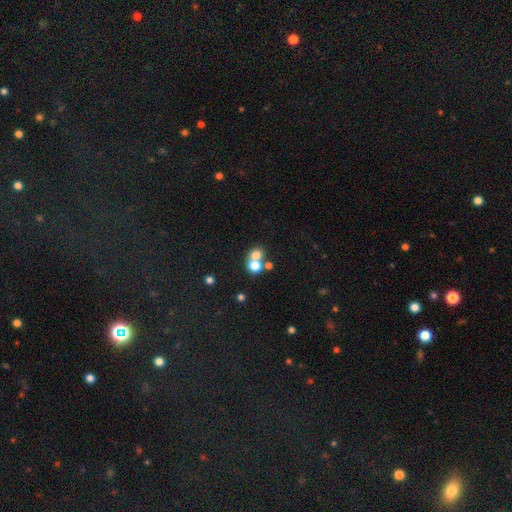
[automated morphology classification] Smooth or featured? Predicted: smooth (p=0.70). How rounded? Predicted: round (p=0.72). Merging? Predicted: merger (p=0.53).